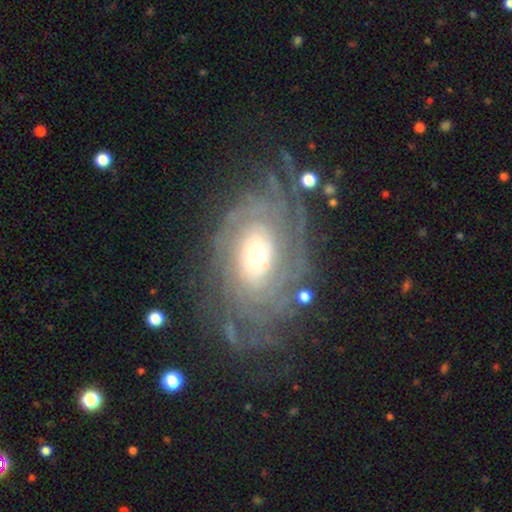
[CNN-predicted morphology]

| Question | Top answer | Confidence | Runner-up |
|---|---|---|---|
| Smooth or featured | featured or disk | 84% | smooth (9%) |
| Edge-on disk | no | 95% | yes (5%) |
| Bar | no | 72% | weak (20%) |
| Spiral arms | yes | 93% | no (7%) |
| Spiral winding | tight | 76% | medium (18%) |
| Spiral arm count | can't tell | 41% | more than 4 (20%) |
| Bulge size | moderate | 47% | small (40%) |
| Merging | none | 72% | minor disturbance (16%) |